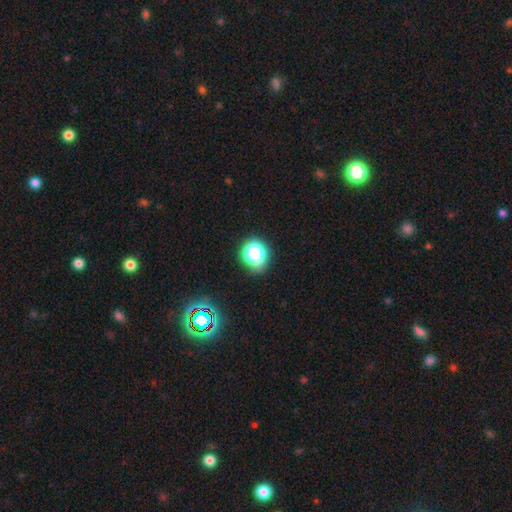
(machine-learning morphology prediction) smooth-or-featured: smooth: 57% | star or artifact: 33% | featured or disk: 11%
  how-rounded: round: 74% | in between: 24% | cigar-shaped: 1%
  merging: none: 78% | minor disturbance: 13% | major disturbance: 6% | merger: 3%